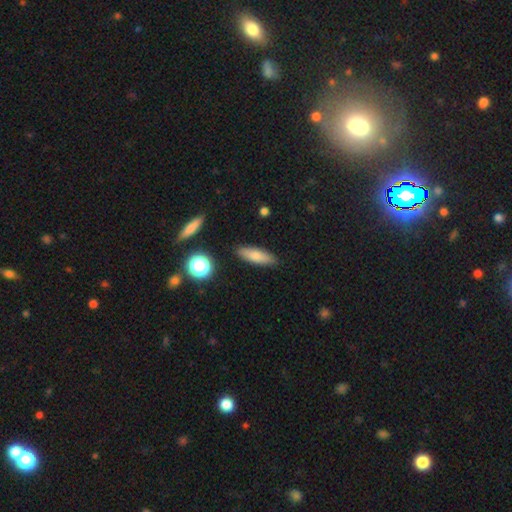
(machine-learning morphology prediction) Smooth or featured? smooth (77%)
How rounded? cigar-shaped (52%)
Merging? none (87%)